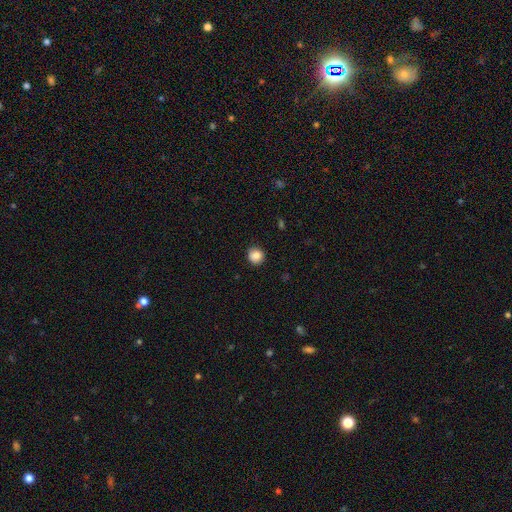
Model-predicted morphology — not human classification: A smooth galaxy with no disk features (87%) that is round (92%). Merging: none (90%).